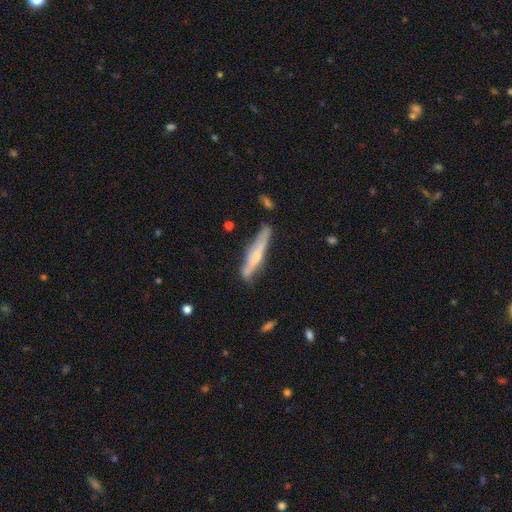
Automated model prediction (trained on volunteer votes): This appears to be a featured or disk galaxy (54%) viewed edge-on (86%). Merging: none (71%).